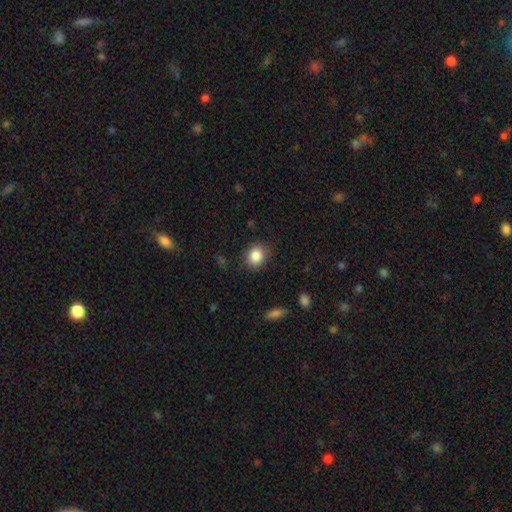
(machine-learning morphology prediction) smooth-or-featured: smooth: 86% | star or artifact: 9% | featured or disk: 5%
  how-rounded: round: 69% | in between: 30% | cigar-shaped: 1%
  merging: none: 86% | minor disturbance: 10% | major disturbance: 3% | merger: 1%